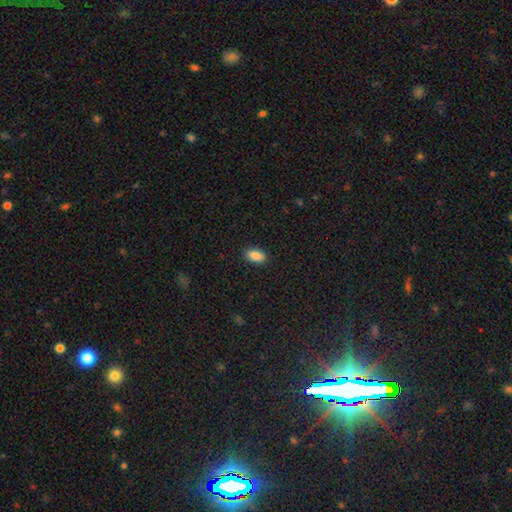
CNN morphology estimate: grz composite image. It shows a smooth galaxy with no disk features (89%) that is in between round and cigar-shaped (92%). Merging: none (89%).